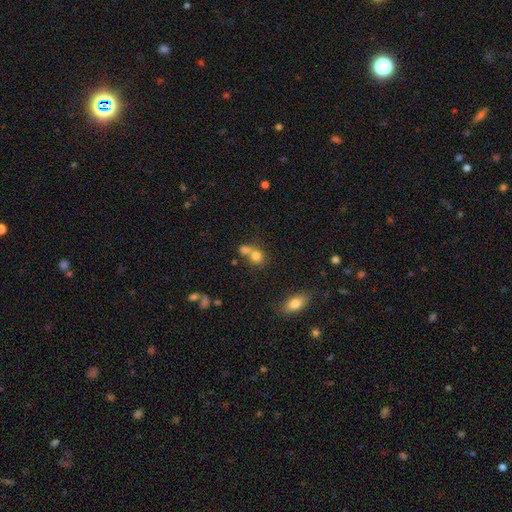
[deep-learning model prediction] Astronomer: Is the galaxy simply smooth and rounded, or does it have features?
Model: smooth — 77%.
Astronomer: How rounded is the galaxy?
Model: round — 74%.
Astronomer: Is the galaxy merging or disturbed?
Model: merger — 47% (runner-up: none, 39%).